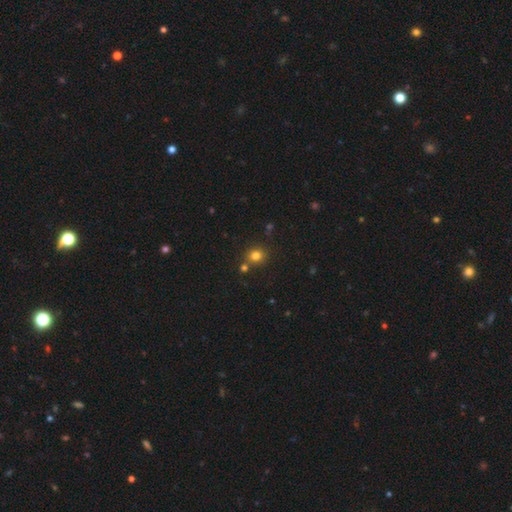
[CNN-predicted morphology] type=smooth (79%); roundness=round (83%); merging=none (76%).